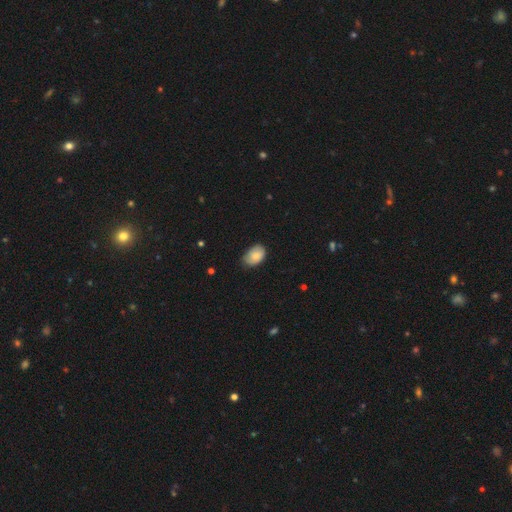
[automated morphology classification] This appears to be a smooth galaxy with no disk features (80%) that is in between round and cigar-shaped (86%). Merging: none (64%).